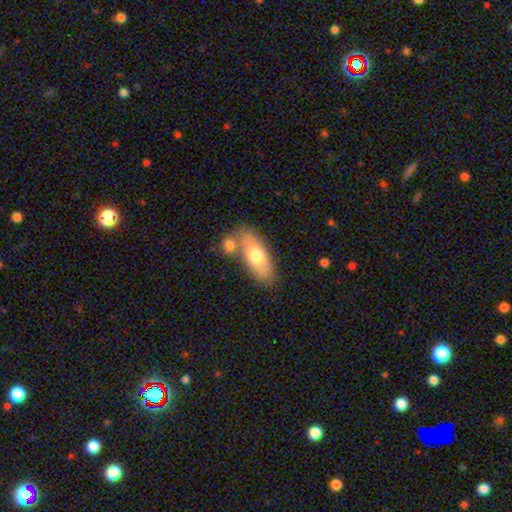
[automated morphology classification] smooth-or-featured: smooth: 65% | featured or disk: 29% | star or artifact: 6%
  how-rounded: in between: 83% | cigar-shaped: 13% | round: 4%
  merging: none: 56% | merger: 25% | minor disturbance: 15% | major disturbance: 5%